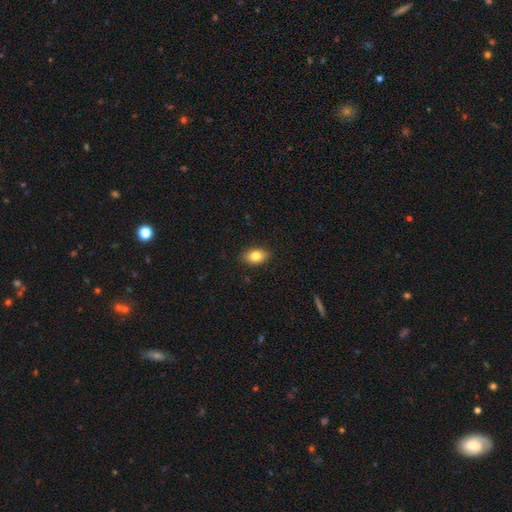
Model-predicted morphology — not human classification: Smooth or featured?
  - smooth: 81% *
  - featured or disk: 11%
  - star or artifact: 8%
How rounded?
  - in between: 86% *
  - round: 12%
  - cigar-shaped: 2%
Merging?
  - none: 88% *
  - minor disturbance: 9%
  - major disturbance: 2%
  - merger: 1%